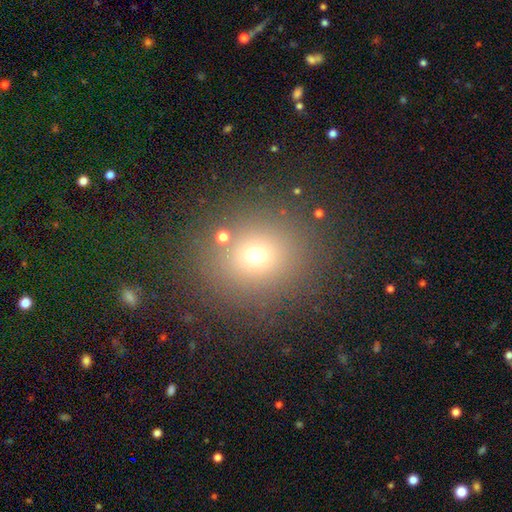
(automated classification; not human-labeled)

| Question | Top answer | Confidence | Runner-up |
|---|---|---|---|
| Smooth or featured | smooth | 66% | star or artifact (23%) |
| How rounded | round | 86% | in between (13%) |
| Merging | none | 82% | minor disturbance (9%) |